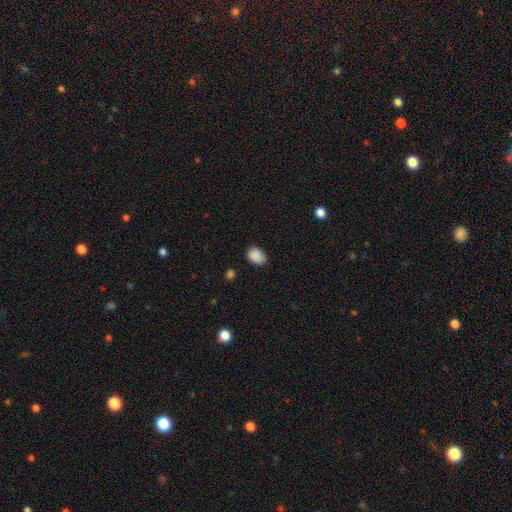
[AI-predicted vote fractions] This is clearly a smooth galaxy (88%). How rounded: likely in between (72%). Merging: likely none (73%).